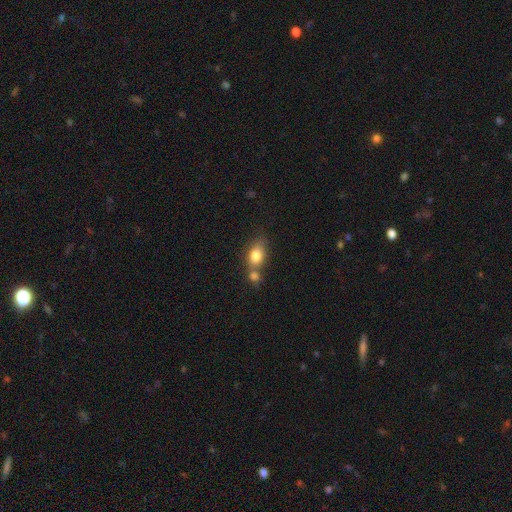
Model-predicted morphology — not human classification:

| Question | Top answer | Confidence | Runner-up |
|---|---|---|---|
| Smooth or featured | smooth | 80% | featured or disk (11%) |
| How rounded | in between | 74% | round (23%) |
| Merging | merger | 44% | none (39%) |